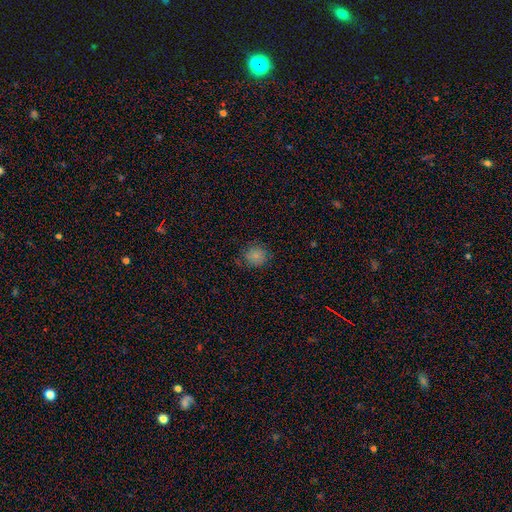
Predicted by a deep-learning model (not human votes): This appears to be a smooth galaxy with no disk features (82%) that is round (85%). Merging: none (77%).